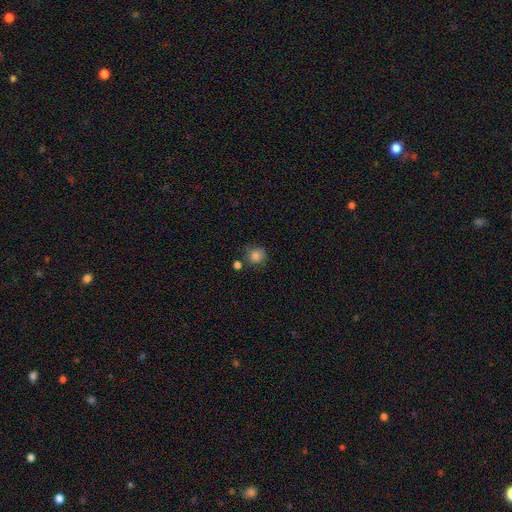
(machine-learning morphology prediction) Overall: smooth (83%). How rounded: round (88%). Merging: none (73%).